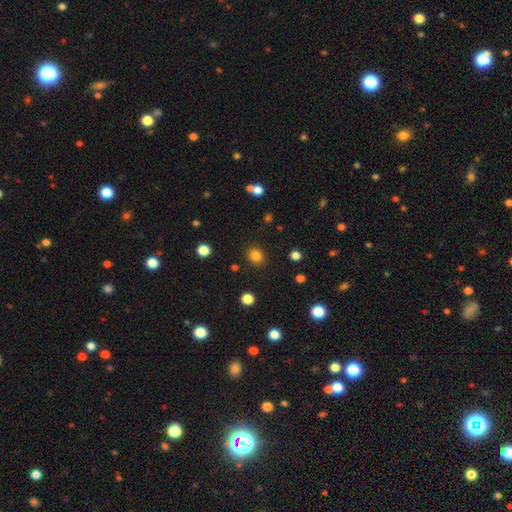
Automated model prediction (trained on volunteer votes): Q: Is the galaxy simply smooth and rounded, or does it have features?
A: smooth — 82%.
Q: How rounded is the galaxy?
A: round — 74%.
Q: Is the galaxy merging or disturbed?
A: none — 89%.